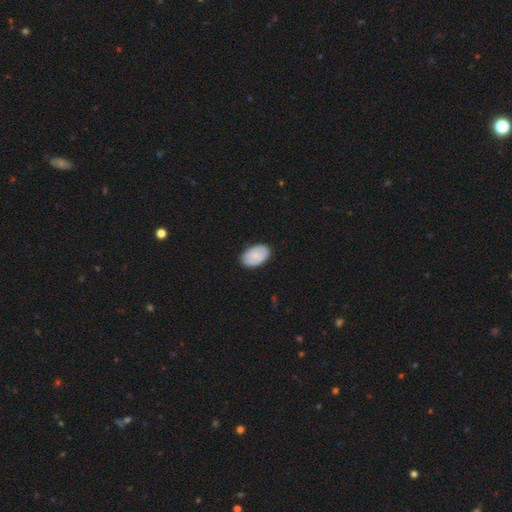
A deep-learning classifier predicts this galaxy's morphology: This appears to be a smooth galaxy with no disk features (75%) that is in between round and cigar-shaped (92%). Merging: none (85%).